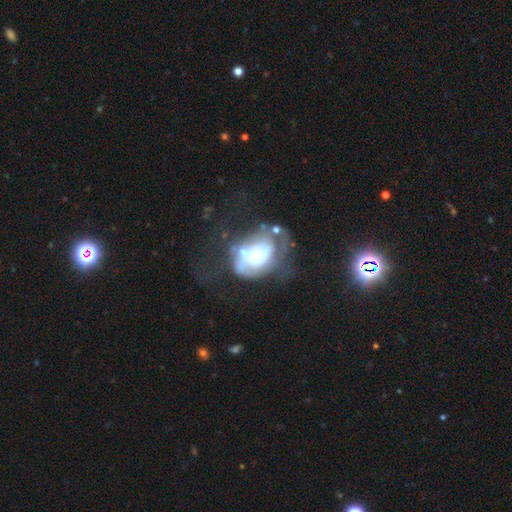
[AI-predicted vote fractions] A featured or disk galaxy (61%) with no bar (72%), no spiral arms (60%) and a moderate central bulge (35%). Merging: major disturbance (41%).